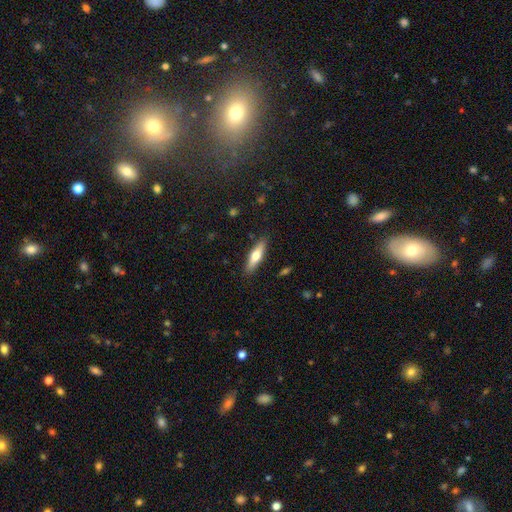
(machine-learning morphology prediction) Q: Smooth or featured?
A: smooth (59%); runner-up: featured or disk (35%)
Q: How rounded?
A: cigar-shaped (64%); runner-up: in between (34%)
Q: Merging?
A: none (88%); runner-up: minor disturbance (9%)